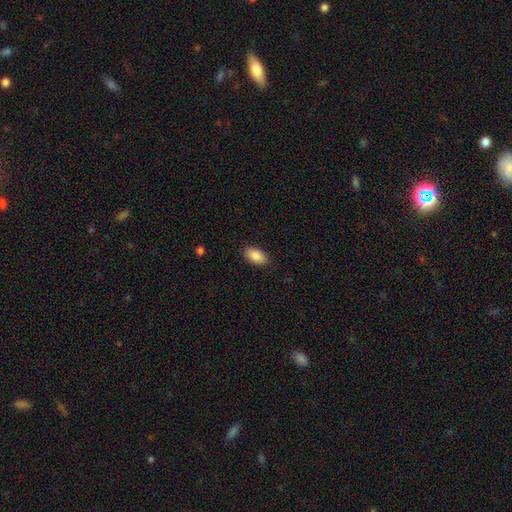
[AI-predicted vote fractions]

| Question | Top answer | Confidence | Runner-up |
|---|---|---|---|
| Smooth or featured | smooth | 87% | star or artifact (7%) |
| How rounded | in between | 94% | round (4%) |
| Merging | none | 88% | minor disturbance (9%) |